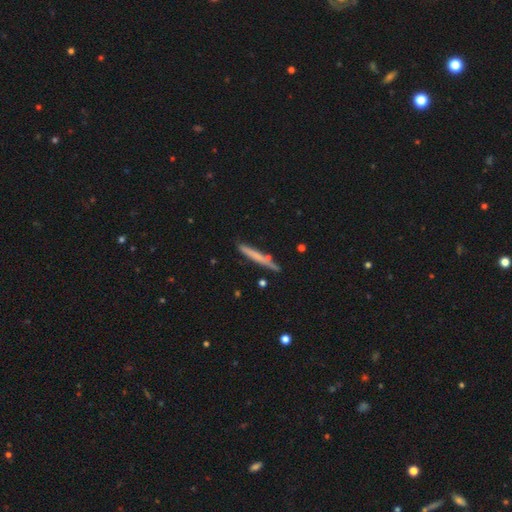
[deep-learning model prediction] This appears to be a smooth galaxy with no disk features (61%) that is cigar-shaped (96%). Merging: none (79%).